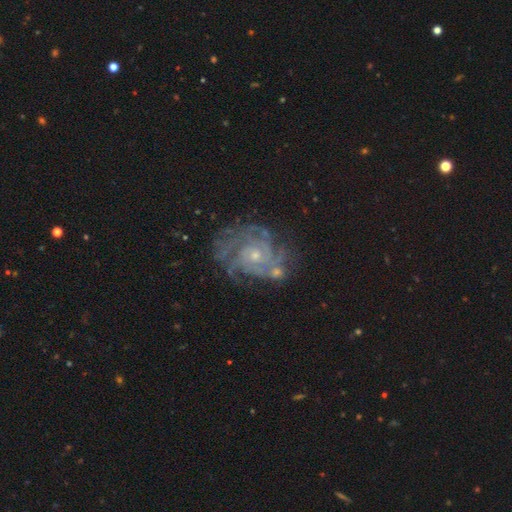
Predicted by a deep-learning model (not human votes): This is clearly a featured or disk galaxy (87%). It is clearly not viewed edge-on (98%). Bar: likely no (76%). Spiral arm pattern: clearly yes (96%). Spiral arm count: marginally can't tell (26%). Spiral winding: likely tight (66%). Central bulge: likely small (69%). Merging: likely none (65%).